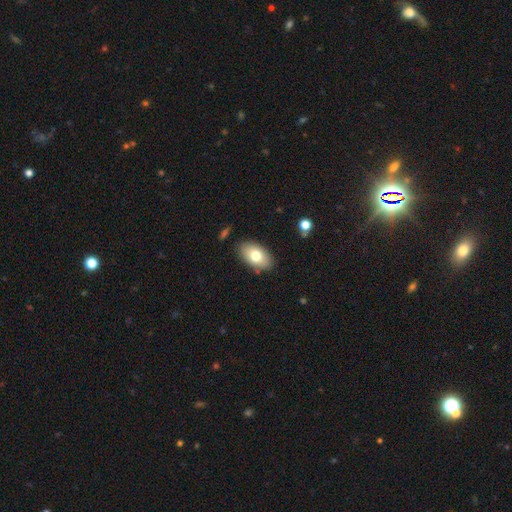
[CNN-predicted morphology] Smooth or featured? Predicted: smooth (p=0.76). How rounded? Predicted: in between (p=0.93). Merging? Predicted: none (p=0.85).